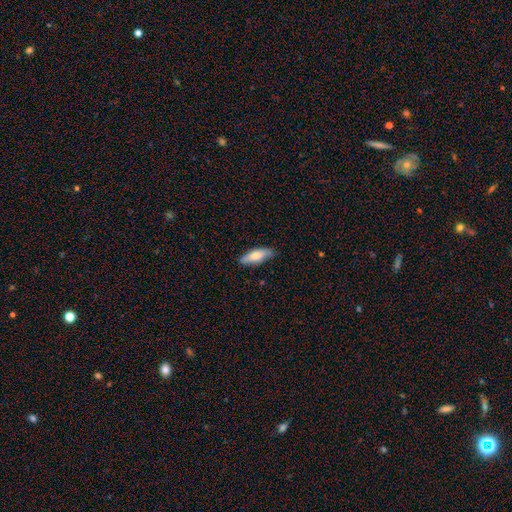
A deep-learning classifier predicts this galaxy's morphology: type=smooth (69%); roundness=in between (62%); merging=none (82%).